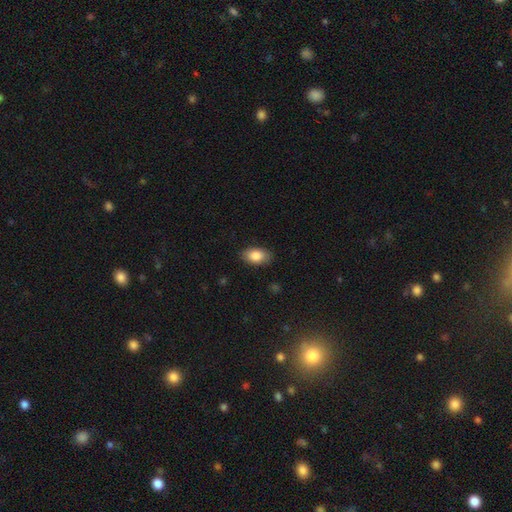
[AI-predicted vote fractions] smooth 85%, featured or disk 8%, star or artifact 7%. Down the decision tree: how rounded — in between (91%); merging — none (86%).